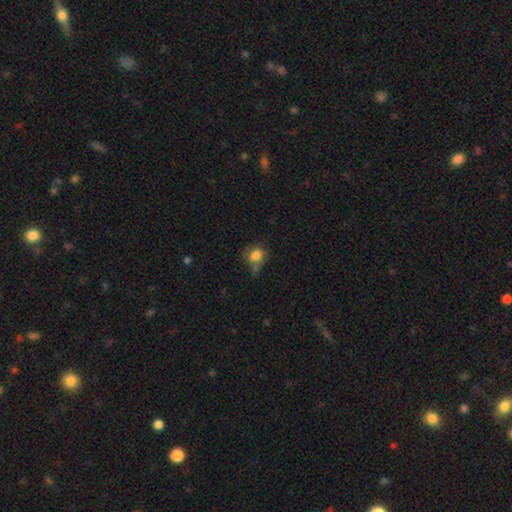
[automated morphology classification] A smooth galaxy with no disk features (80%) that is round (69%). Merging: none (51%).